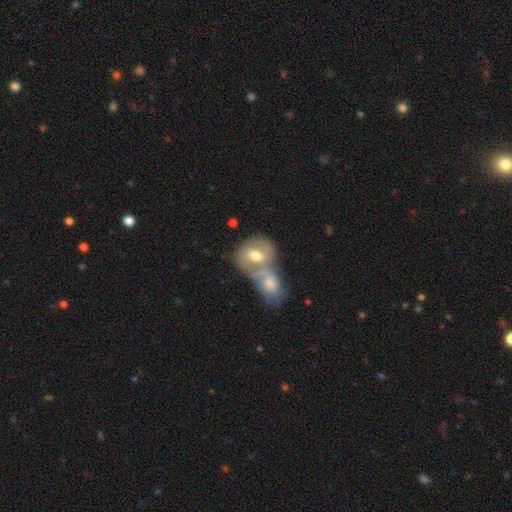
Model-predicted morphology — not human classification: Overall: smooth (50%; featured or disk 44%). Merging: merger (63%; none 25%).